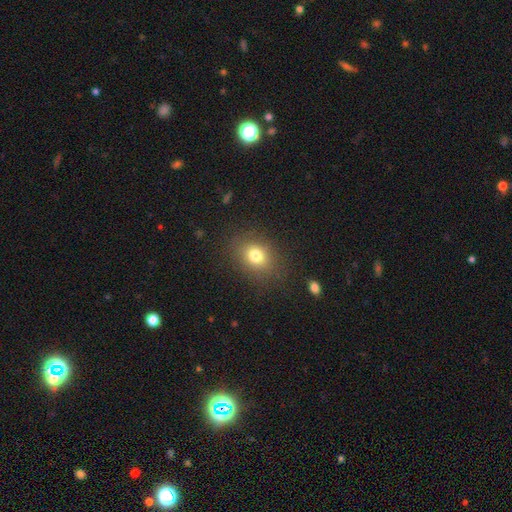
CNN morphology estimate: Smooth or featured: smooth — 77% (star or artifact — 13%)
How rounded: round — 50% (in between — 49%)
Merging: none — 84% (minor disturbance — 10%)